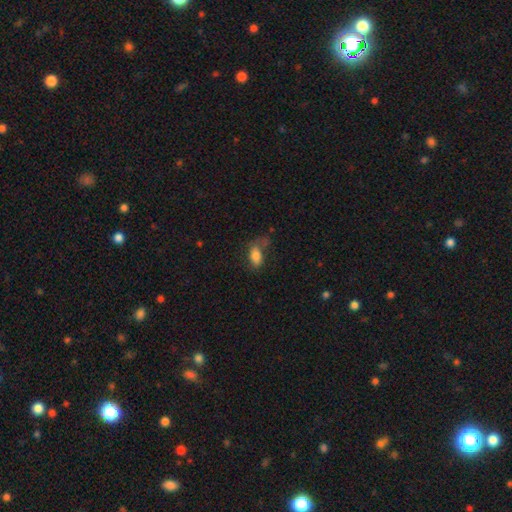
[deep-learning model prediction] Smooth or featured? smooth (77%)
How rounded? in between (89%)
Merging? none (41%)